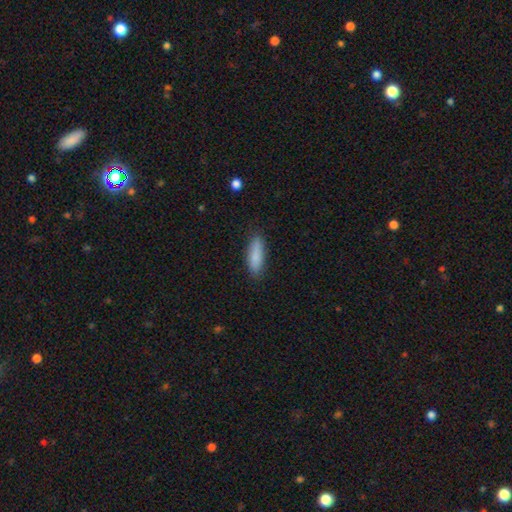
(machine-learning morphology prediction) Overall: smooth (85%). How rounded: cigar-shaped (58%; in between 40%). Merging: none (84%).